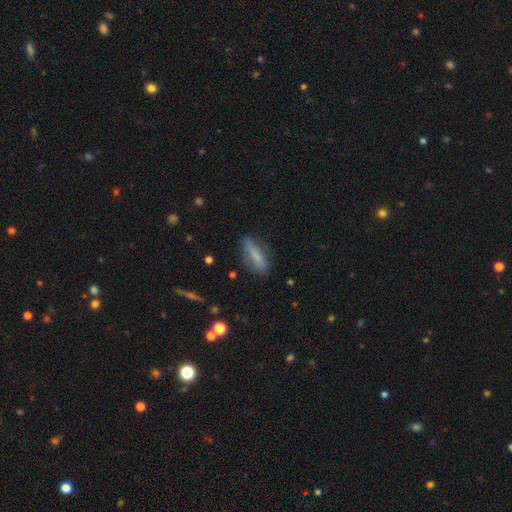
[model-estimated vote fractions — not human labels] smooth 77%, featured or disk 15%, star or artifact 8%. Down the decision tree: how rounded — in between (54%); merging — none (69%).